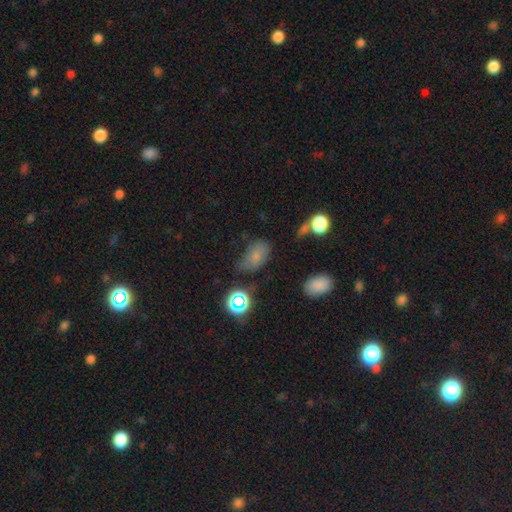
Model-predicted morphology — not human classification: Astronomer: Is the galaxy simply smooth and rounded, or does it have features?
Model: smooth — 69%.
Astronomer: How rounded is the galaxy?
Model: in between — 88%.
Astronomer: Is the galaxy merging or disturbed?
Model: none — 50% (runner-up: minor disturbance, 31%).